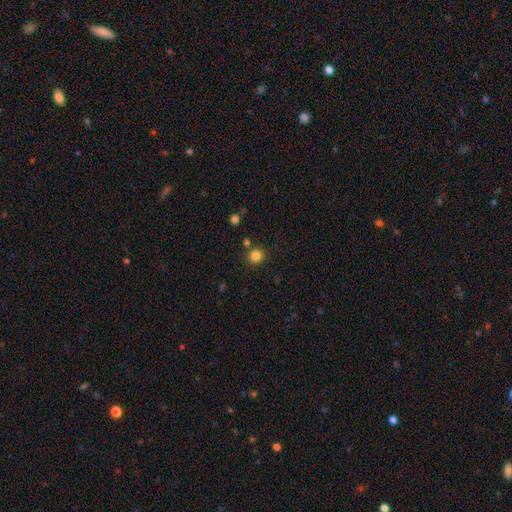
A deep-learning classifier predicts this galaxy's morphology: smooth-or-featured: smooth: 83% | star or artifact: 13% | featured or disk: 4%
  how-rounded: round: 91% | in between: 8% | cigar-shaped: 1%
  merging: none: 84% | minor disturbance: 7% | merger: 7% | major disturbance: 3%